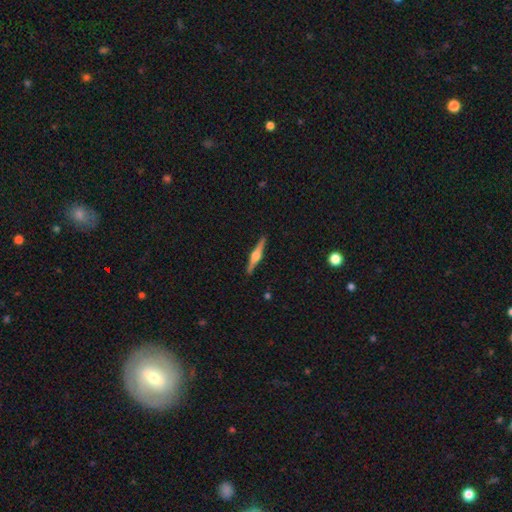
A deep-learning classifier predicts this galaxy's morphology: Smooth or featured?
  - featured or disk: 79% *
  - smooth: 15%
  - star or artifact: 5%
Edge-on disk?
  - yes: 98% *
  - no: 2%
Edge-on bulge?
  - rounded: 92% *
  - boxy: 6%
  - none: 2%
Merging?
  - none: 91% *
  - minor disturbance: 6%
  - major disturbance: 1%
  - merger: 1%